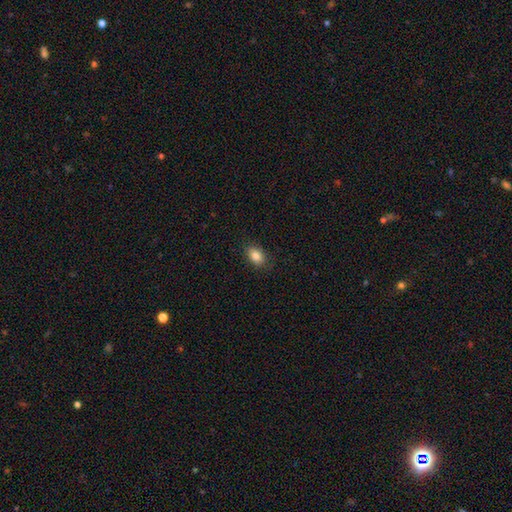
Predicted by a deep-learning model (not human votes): This appears to be a smooth galaxy with no disk features (86%) that is in between round and cigar-shaped (85%). Merging: none (86%).